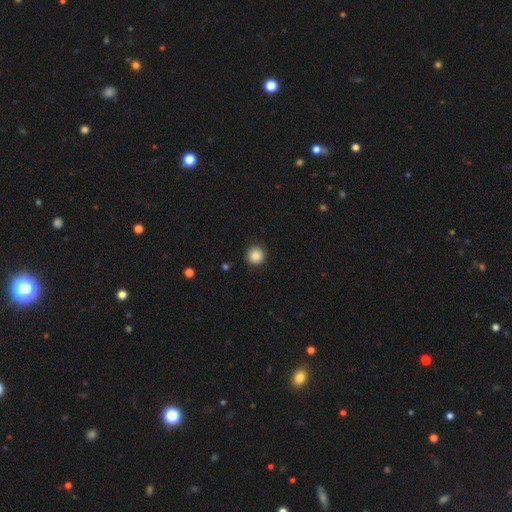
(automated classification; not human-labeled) Smooth or featured? Predicted: smooth (p=0.87). How rounded? Predicted: round (p=0.95). Merging? Predicted: none (p=0.90).